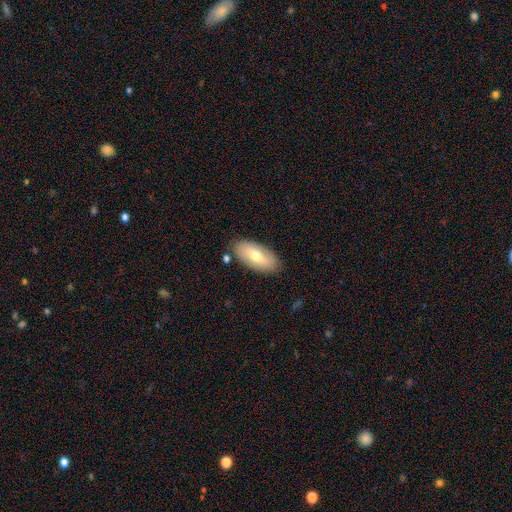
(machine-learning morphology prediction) This appears to be a smooth galaxy with no disk features (65%) that is in between round and cigar-shaped (91%). Merging: none (83%).